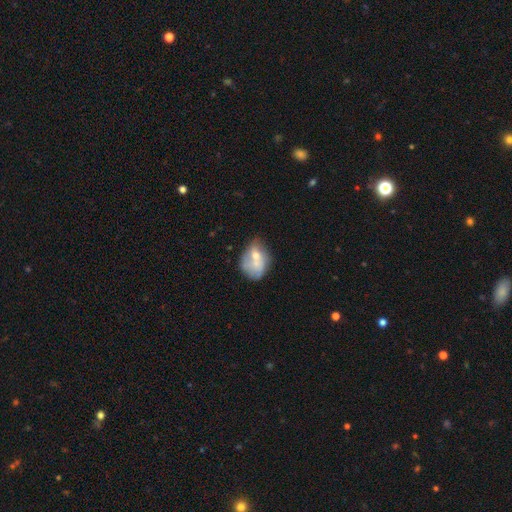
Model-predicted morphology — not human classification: Q: Smooth or featured?
A: smooth (50%); runner-up: featured or disk (41%)
Q: Merging?
A: none (35%); runner-up: merger (28%)